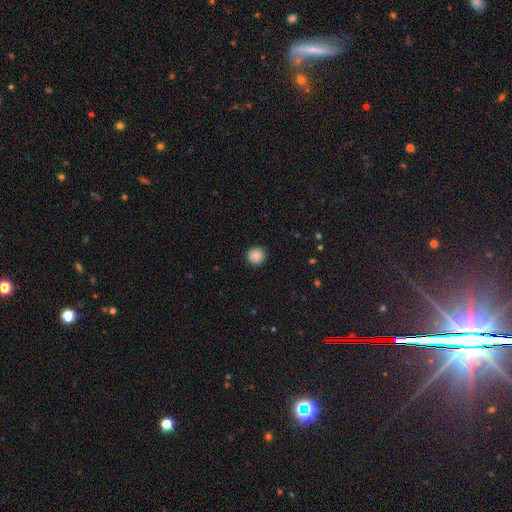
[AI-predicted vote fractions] smooth-or-featured: smooth: 88% | star or artifact: 9% | featured or disk: 3%
  how-rounded: round: 95% | in between: 4% | cigar-shaped: 1%
  merging: none: 92% | minor disturbance: 6% | major disturbance: 2% | merger: 1%